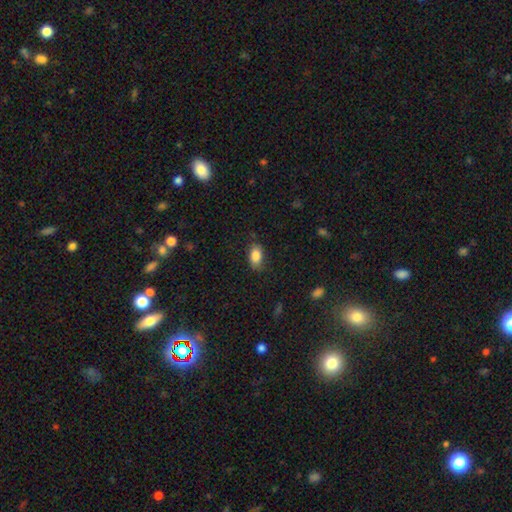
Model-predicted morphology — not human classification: Smooth or featured? smooth (85%)
How rounded? in between (89%)
Merging? none (79%)